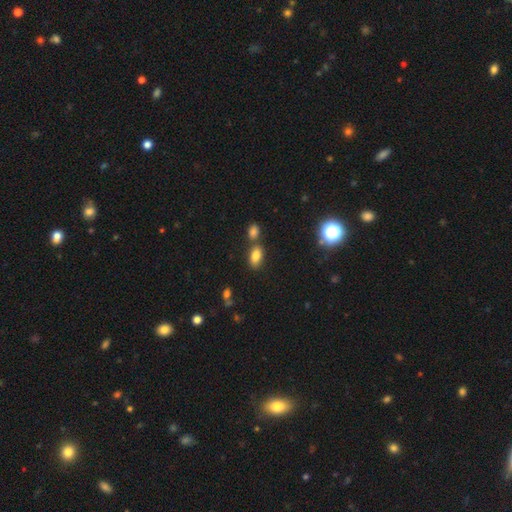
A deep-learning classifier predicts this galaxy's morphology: The model was most divided on "merging": none: 64%, merger: 21%, minor disturbance: 11%, major disturbance: 3%. More confident: how rounded — in between (88%); smooth or featured — smooth (81%).